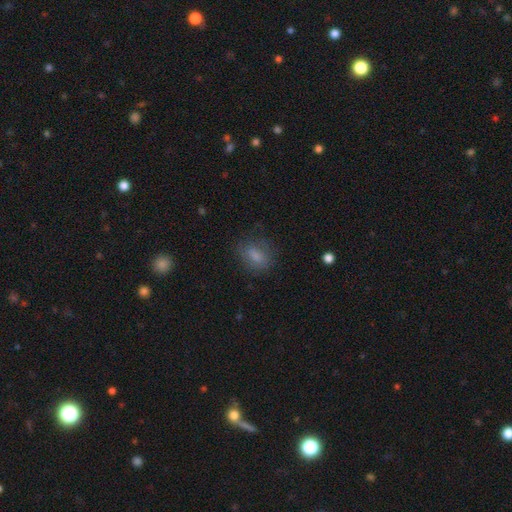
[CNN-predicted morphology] This is likely a smooth galaxy (77%). How rounded: likely in between (71%). Merging: likely none (70%).